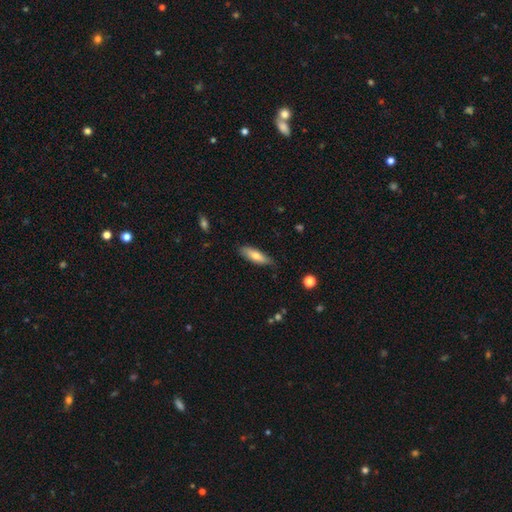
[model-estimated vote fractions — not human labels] smooth_or_featured: smooth (p=0.68) [alt: featured or disk p=0.26]
how_rounded: cigar-shaped (p=0.53) [alt: in between p=0.45]
merging: none (p=0.79) [alt: minor disturbance p=0.17]